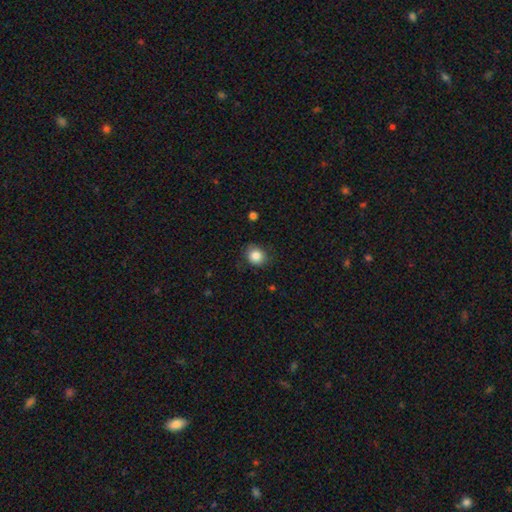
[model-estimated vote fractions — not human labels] Smooth or featured: smooth — 84% (star or artifact — 10%)
How rounded: round — 79% (in between — 20%)
Merging: none — 80% (minor disturbance — 15%)